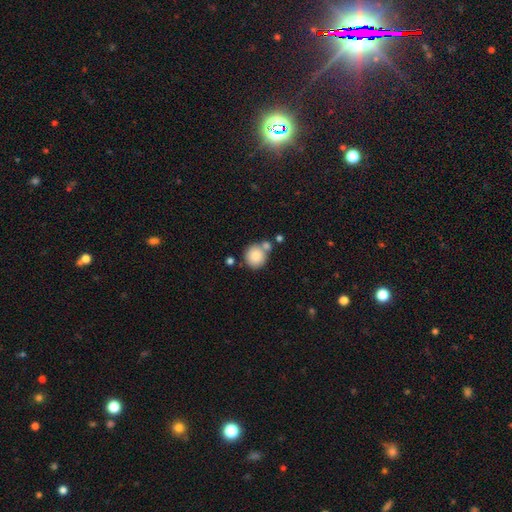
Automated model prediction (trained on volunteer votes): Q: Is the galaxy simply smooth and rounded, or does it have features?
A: smooth — 85%.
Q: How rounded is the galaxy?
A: round — 89%.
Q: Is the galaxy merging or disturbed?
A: none — 59%.